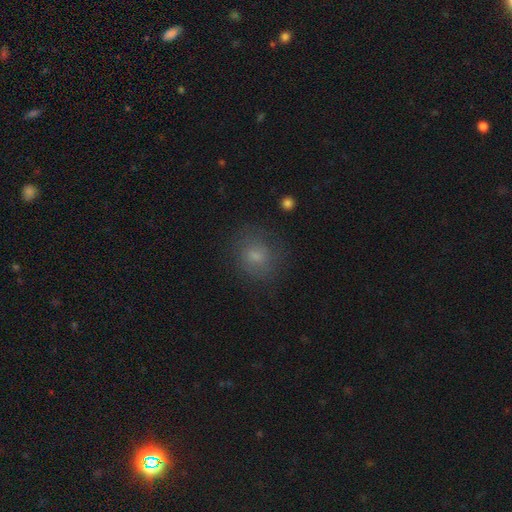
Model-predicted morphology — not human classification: This is likely a smooth galaxy (68%). How rounded: likely round (72%). Merging: likely none (77%).